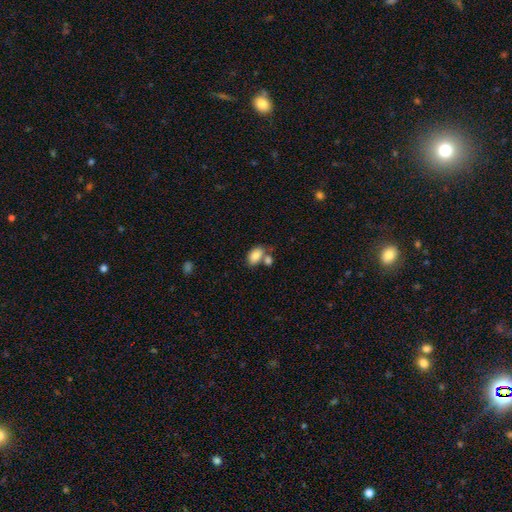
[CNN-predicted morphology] smooth-or-featured: smooth: 84% | featured or disk: 9% | star or artifact: 8%
  how-rounded: in between: 91% | round: 8% | cigar-shaped: 2%
  merging: none: 47% | merger: 34% | minor disturbance: 14% | major disturbance: 5%